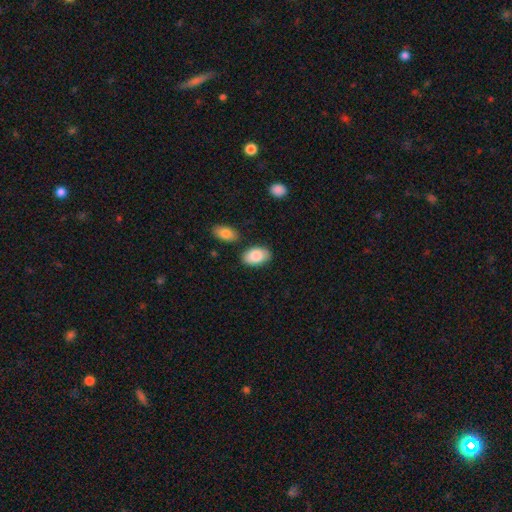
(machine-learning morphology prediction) Smooth or featured? Predicted: smooth (p=0.86). How rounded? Predicted: in between (p=0.92). Merging? Predicted: none (p=0.81).